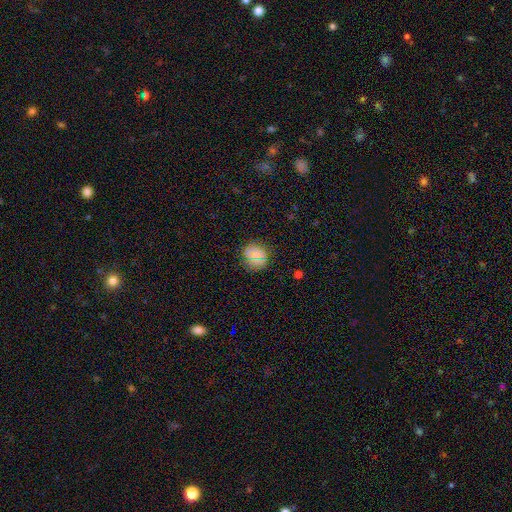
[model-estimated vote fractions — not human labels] Smooth or featured? Predicted: smooth (p=0.73). How rounded? Predicted: round (p=0.85). Merging? Predicted: none (p=0.84).